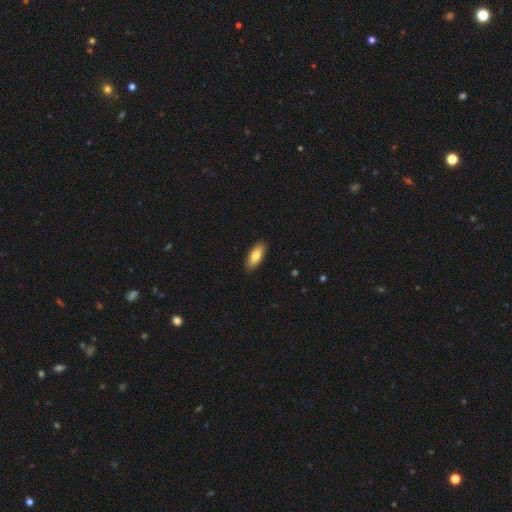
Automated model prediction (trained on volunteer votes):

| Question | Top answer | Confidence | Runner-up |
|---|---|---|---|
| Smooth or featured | smooth | 79% | featured or disk (15%) |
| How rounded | in between | 77% | cigar-shaped (21%) |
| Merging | none | 89% | minor disturbance (9%) |